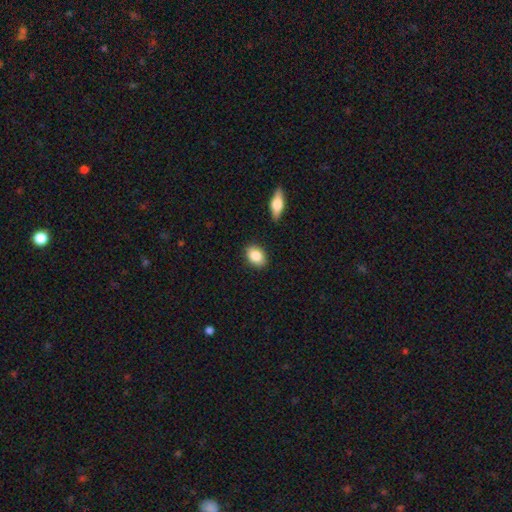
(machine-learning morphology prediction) A smooth galaxy with no disk features (85%) that is in between round and cigar-shaped (80%).

Vote fractions:
- Smooth or featured? smooth: 85% / featured or disk: 8% / star or artifact: 7%
- How rounded? in between: 80% / round: 18% / cigar-shaped: 2%
- Merging? none: 87% / minor disturbance: 9% / merger: 2% / major disturbance: 2%